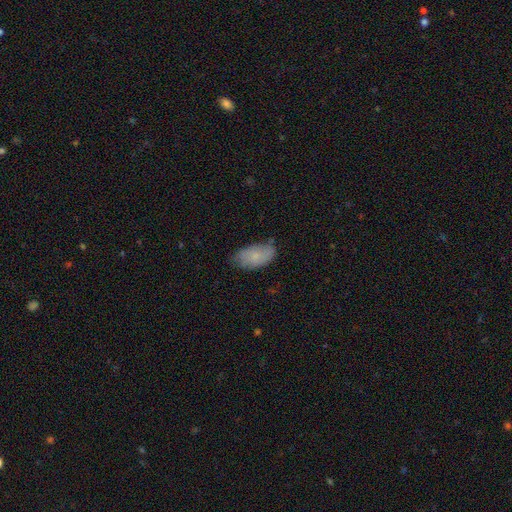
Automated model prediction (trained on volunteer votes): Morphology: type=smooth (73%); roundness=in between (93%); merging=none (66%).